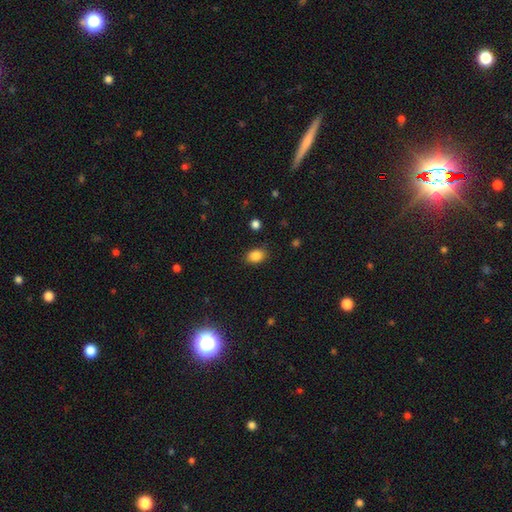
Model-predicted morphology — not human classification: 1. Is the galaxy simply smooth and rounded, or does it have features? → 86% smooth, 10% star or artifact, 4% featured or disk.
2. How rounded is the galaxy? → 71% in between, 28% round, 1% cigar-shaped.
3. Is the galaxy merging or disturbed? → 86% none, 10% minor disturbance, 3% major disturbance, 1% merger.